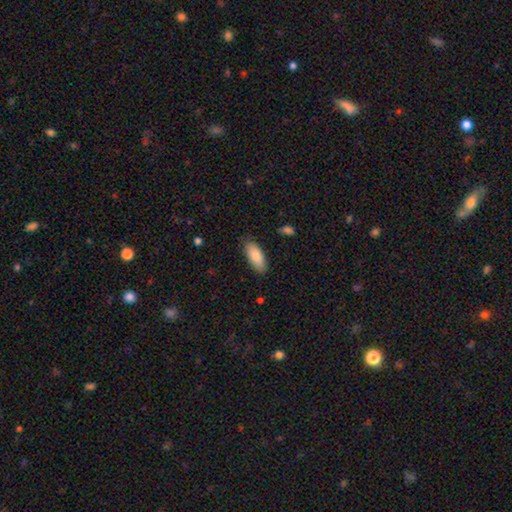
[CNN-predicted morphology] A smooth galaxy with no disk features (83%) that is in between round and cigar-shaped (81%). Merging: none (84%).